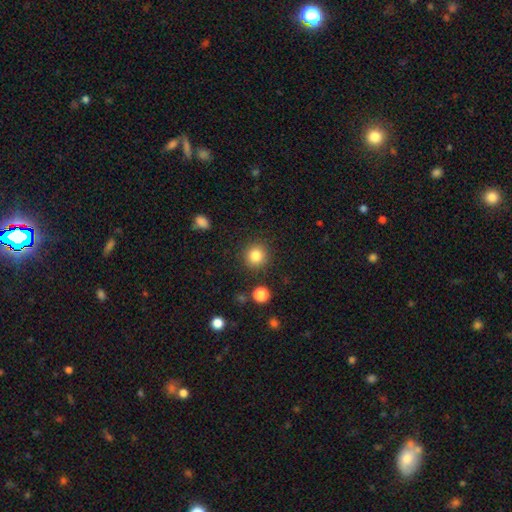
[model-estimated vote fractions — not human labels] Smooth or featured? Predicted: smooth (p=0.83). How rounded? Predicted: round (p=0.92). Merging? Predicted: none (p=0.89).